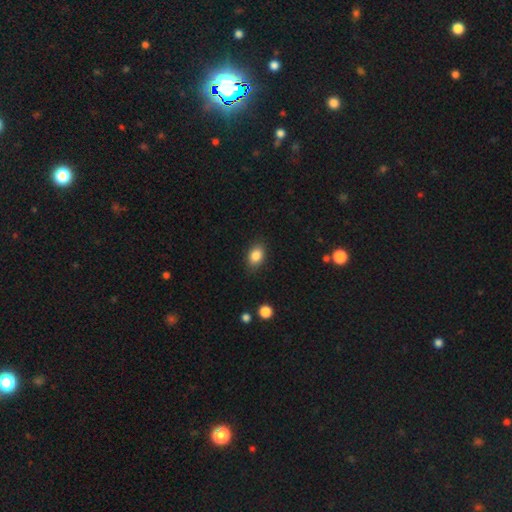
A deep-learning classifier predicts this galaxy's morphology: A smooth galaxy with no disk features (85%) that is in between round and cigar-shaped (78%).

Vote fractions:
- Smooth or featured? smooth: 85% / star or artifact: 9% / featured or disk: 6%
- How rounded? in between: 78% / round: 21% / cigar-shaped: 1%
- Merging? none: 84% / minor disturbance: 12% / major disturbance: 3% / merger: 1%